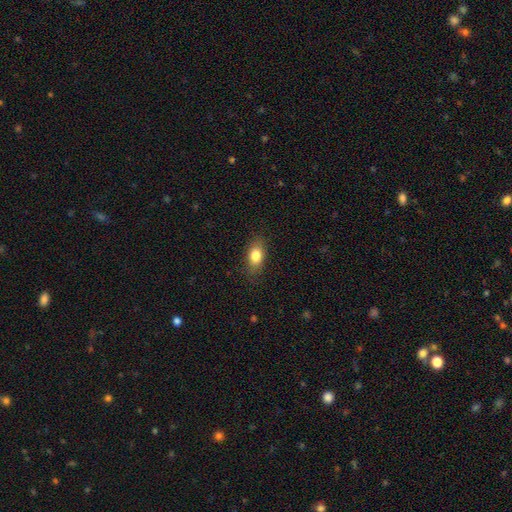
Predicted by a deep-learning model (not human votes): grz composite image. It shows a smooth galaxy with no disk features (81%) that is in between round and cigar-shaped (83%). Merging: none (82%).